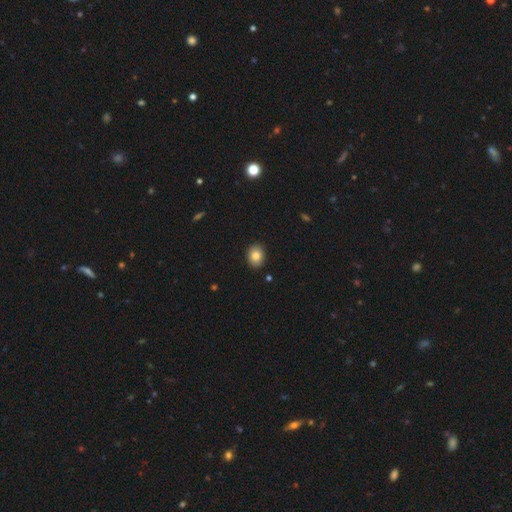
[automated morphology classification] Smooth or featured: smooth — 83% (star or artifact — 9%)
How rounded: in between — 54% (round — 45%)
Merging: none — 90% (minor disturbance — 7%)